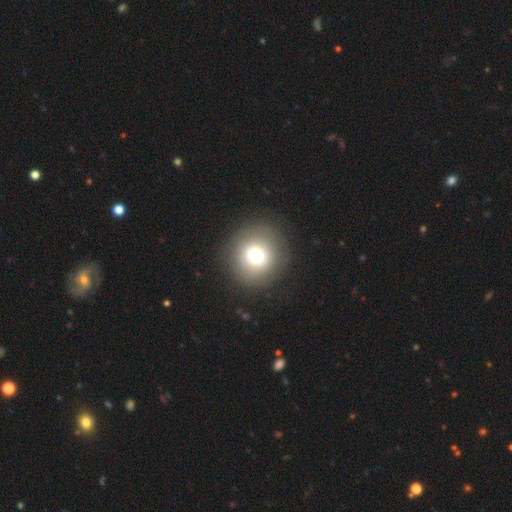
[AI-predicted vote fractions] Smooth or featured?
  - smooth: 73% *
  - featured or disk: 15%
  - star or artifact: 12%
How rounded?
  - round: 93% *
  - in between: 6%
  - cigar-shaped: 1%
Merging?
  - none: 88% *
  - minor disturbance: 7%
  - major disturbance: 4%
  - merger: 1%